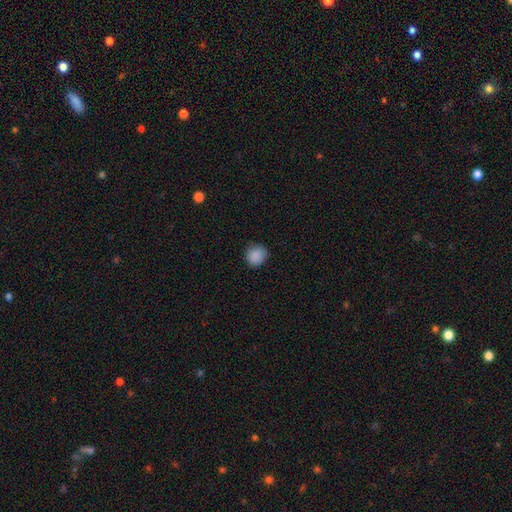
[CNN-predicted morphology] A smooth galaxy with no disk features (88%) that is round (88%). Merging: none (84%).